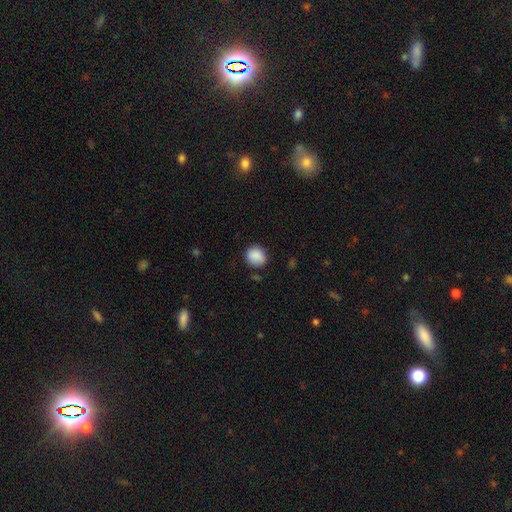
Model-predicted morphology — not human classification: Q: Smooth or featured?
A: smooth (89%); runner-up: star or artifact (8%)
Q: How rounded?
A: round (77%); runner-up: in between (23%)
Q: Merging?
A: none (81%); runner-up: minor disturbance (14%)